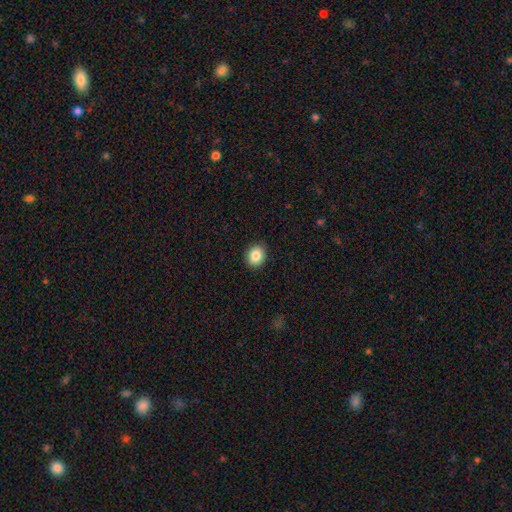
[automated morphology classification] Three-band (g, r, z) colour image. It shows a smooth galaxy with no disk features (85%) that is round (67%). Merging: none (89%).